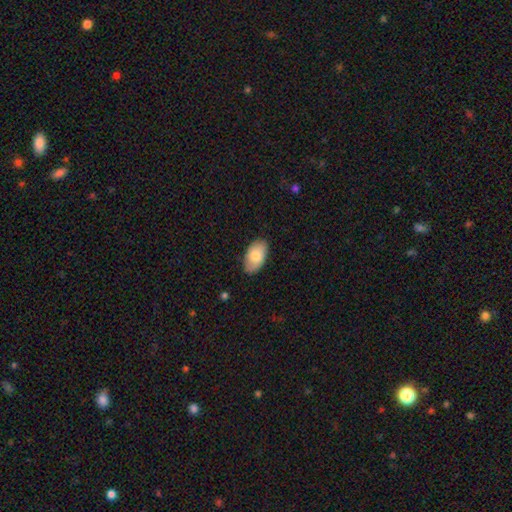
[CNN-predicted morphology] Smooth or featured: smooth — 78% (featured or disk — 16%)
How rounded: in between — 95% (round — 4%)
Merging: none — 81% (minor disturbance — 15%)